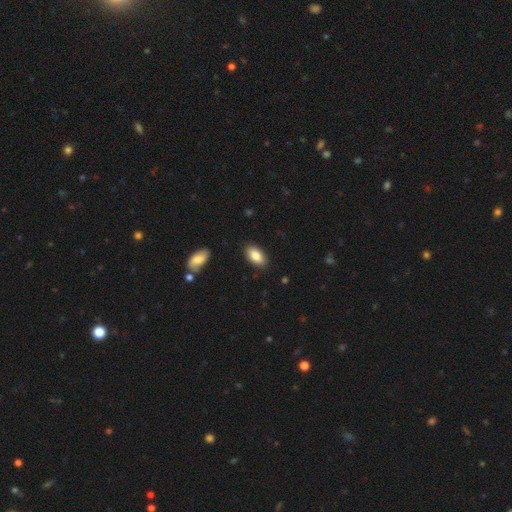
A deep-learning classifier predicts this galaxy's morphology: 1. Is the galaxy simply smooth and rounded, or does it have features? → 84% smooth, 9% featured or disk, 7% star or artifact.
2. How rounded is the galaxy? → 94% in between, 3% round, 3% cigar-shaped.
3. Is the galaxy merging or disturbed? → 87% none, 9% minor disturbance, 2% major disturbance, 2% merger.